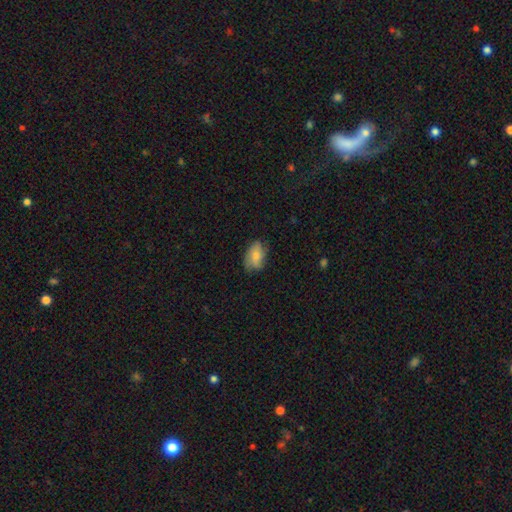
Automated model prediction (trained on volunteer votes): The model was most divided on "merging": none: 66%, minor disturbance: 26%, major disturbance: 6%, merger: 1%. More confident: how rounded — in between (87%); smooth or featured — smooth (67%).